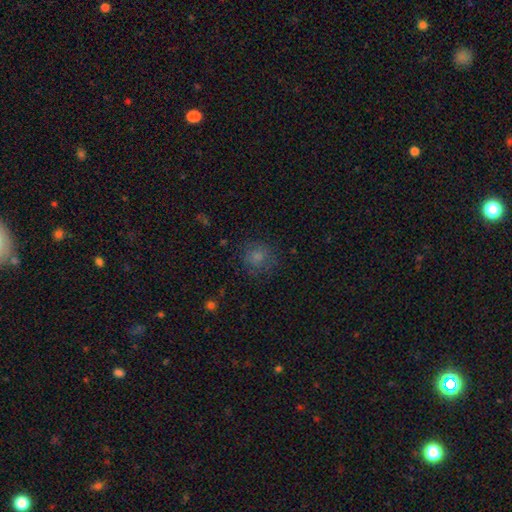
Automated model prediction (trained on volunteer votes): Overall: smooth (66%). How rounded: round (86%). Merging: none (80%).